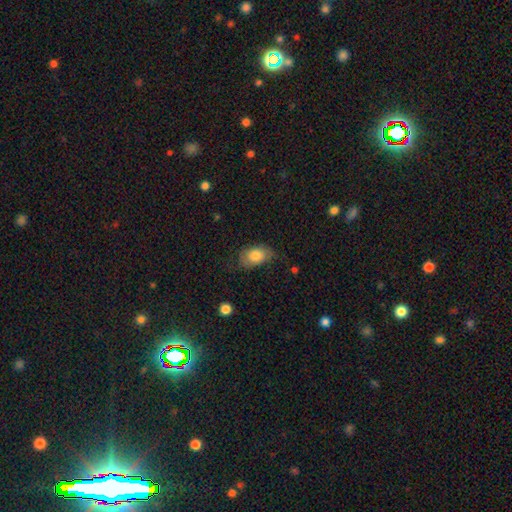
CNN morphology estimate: The model was most divided on "merging": none: 61%, minor disturbance: 28%, major disturbance: 10%, merger: 1%. More confident: how rounded — in between (85%); smooth or featured — smooth (74%).